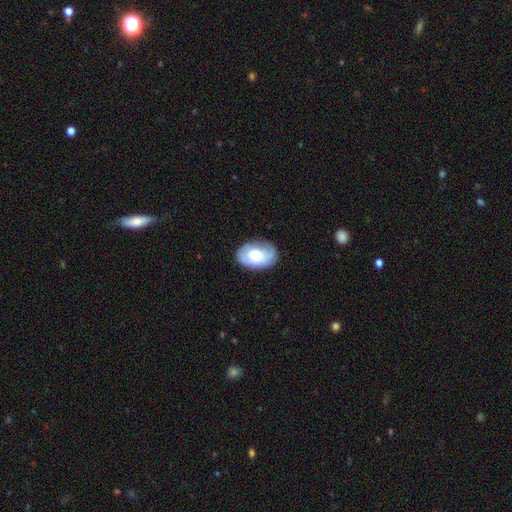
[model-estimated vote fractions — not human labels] smooth-or-featured: smooth: 53% | featured or disk: 40% | star or artifact: 7%
  how-rounded: in between: 86% | round: 13% | cigar-shaped: 1%
  merging: none: 76% | minor disturbance: 18% | major disturbance: 5% | merger: 1%